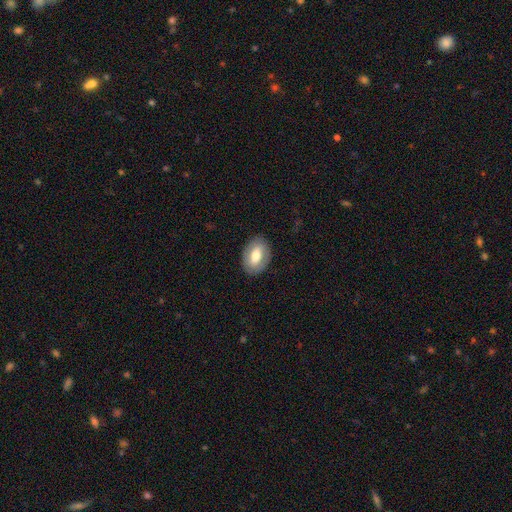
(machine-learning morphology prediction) The model was most divided on "smooth or featured": smooth: 62%, featured or disk: 31%, star or artifact: 6%. More confident: how rounded — in between (87%); merging — none (85%).